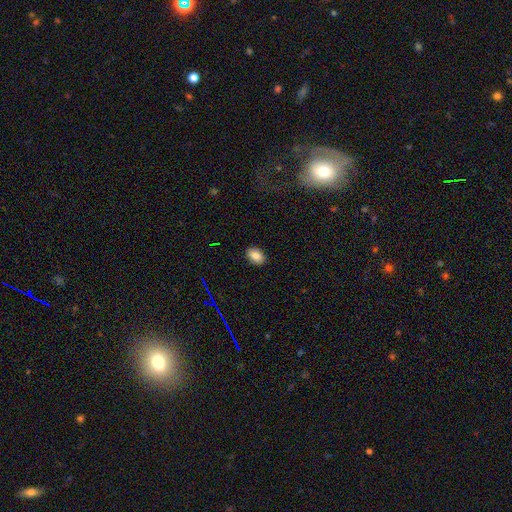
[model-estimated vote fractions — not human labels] Smooth or featured? smooth (84%)
How rounded? in between (83%)
Merging? none (89%)